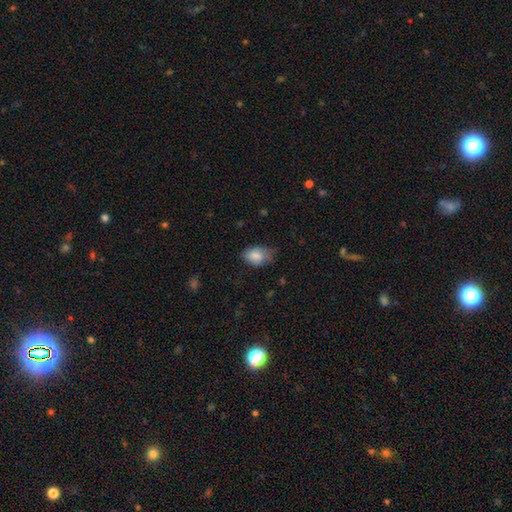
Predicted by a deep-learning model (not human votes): Smooth or featured? smooth (84%)
How rounded? in between (84%)
Merging? none (50%)